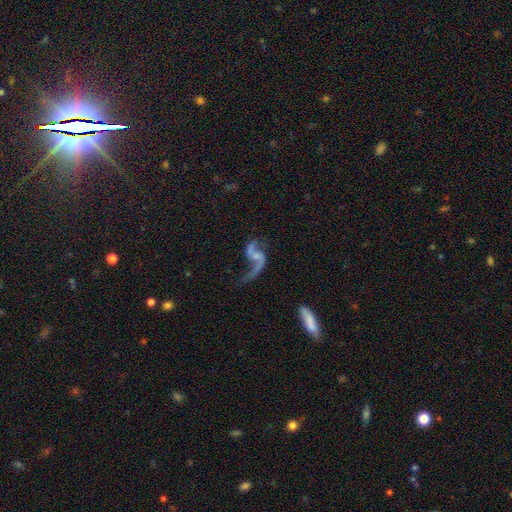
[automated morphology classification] The model was most divided on "bulge size": small: 44%, none: 40%, moderate: 13%, large: 2%, dominant: 1%. More confident: edge-on disk — no (97%); spiral arms — yes (94%); spiral winding — loose (87%); smooth or featured — featured or disk (87%); spiral arm count — 2 (86%); merging — none (54%); bar — no (51%).